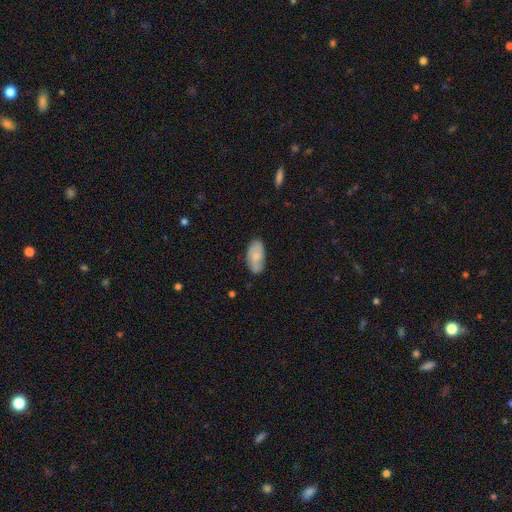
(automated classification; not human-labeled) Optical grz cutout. It shows a smooth galaxy with no disk features (67%) that is in between round and cigar-shaped (93%). Merging: none (76%).